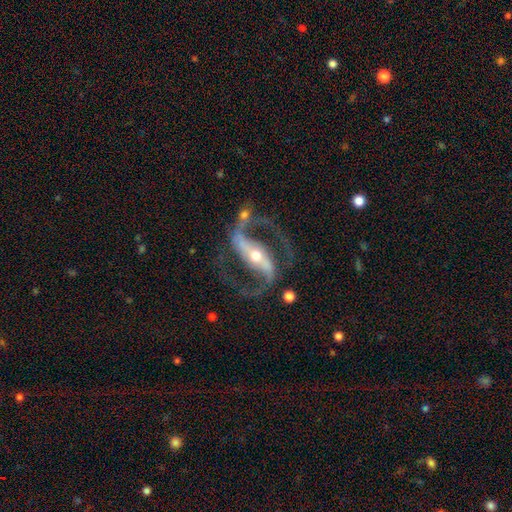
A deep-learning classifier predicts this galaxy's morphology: The model was most divided on "bulge size": moderate: 54%, small: 40%, large: 4%, dominant: 1%, none: 1%. More confident: spiral arms — yes (97%); edge-on disk — no (96%); spiral arm count — 2 (94%); smooth or featured — featured or disk (93%); merging — none (76%); bar — strong (71%); spiral winding — medium (59%).